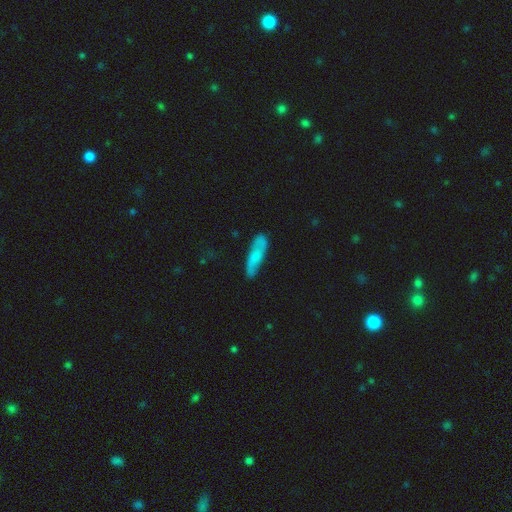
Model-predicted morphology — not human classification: Smooth or featured: smooth — 54% (featured or disk — 39%)
How rounded: cigar-shaped — 60% (in between — 37%)
Merging: none — 74% (minor disturbance — 19%)